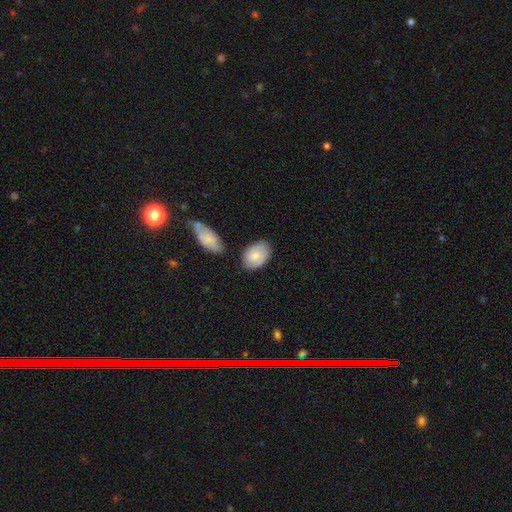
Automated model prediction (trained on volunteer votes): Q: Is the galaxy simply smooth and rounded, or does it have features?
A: smooth — 78%.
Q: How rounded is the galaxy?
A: in between — 86%.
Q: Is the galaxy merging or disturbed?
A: none — 71%.